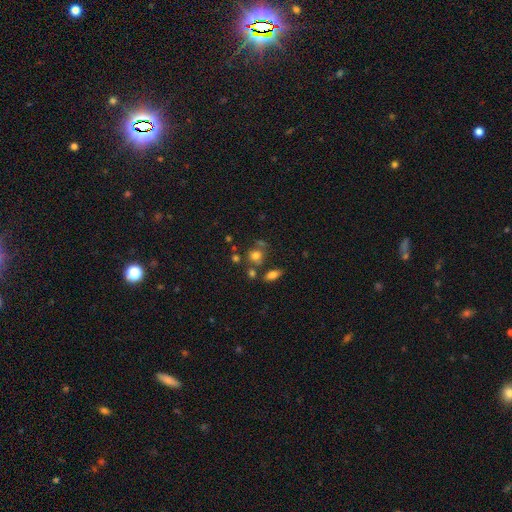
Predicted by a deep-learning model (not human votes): Smooth or featured? Predicted: smooth (p=0.73). How rounded? Predicted: round (p=0.75). Merging? Predicted: none (p=0.60).